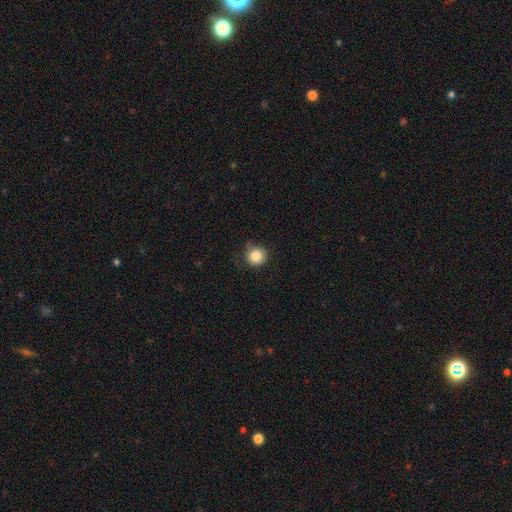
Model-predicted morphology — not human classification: A smooth galaxy with no disk features (85%) that is round (94%).

Vote fractions:
- Smooth or featured? smooth: 85% / star or artifact: 10% / featured or disk: 5%
- How rounded? round: 94% / in between: 6% / cigar-shaped: 1%
- Merging? none: 81% / minor disturbance: 15% / major disturbance: 3% / merger: 1%